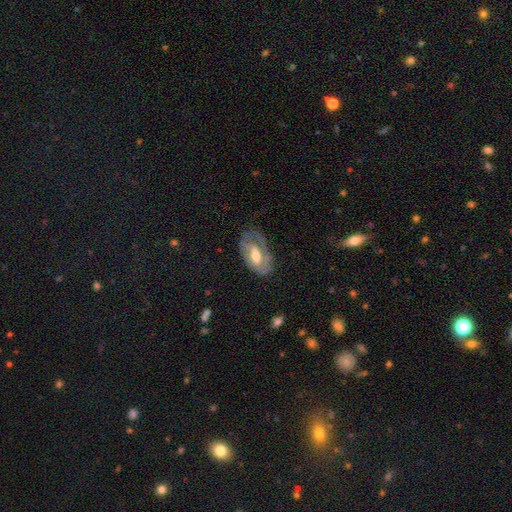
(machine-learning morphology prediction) Q: Smooth or featured?
A: featured or disk (70%); runner-up: smooth (24%)
Q: Edge-on disk?
A: no (93%); runner-up: yes (7%)
Q: Bar?
A: weak (44%); runner-up: no (32%)
Q: Spiral arms?
A: yes (73%); runner-up: no (27%)
Q: Bulge size?
A: moderate (67%); runner-up: small (18%)
Q: Merging?
A: none (54%); runner-up: minor disturbance (27%)